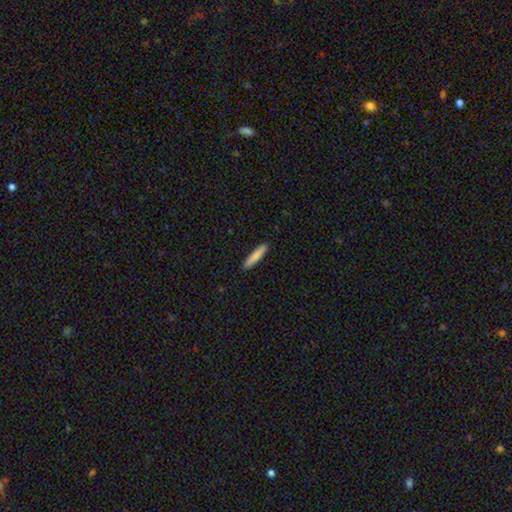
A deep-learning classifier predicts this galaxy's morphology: Smooth or featured? smooth (83%)
How rounded? cigar-shaped (90%)
Merging? none (91%)